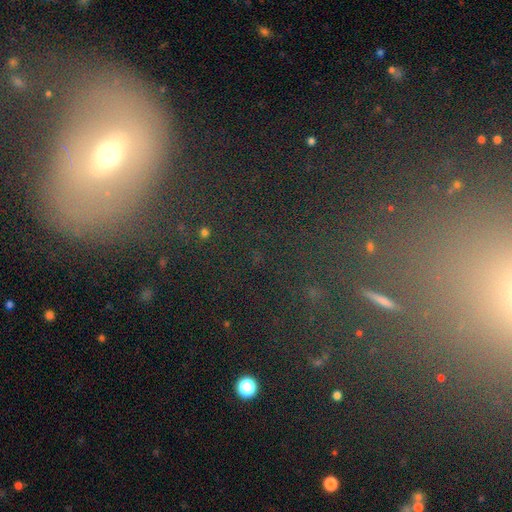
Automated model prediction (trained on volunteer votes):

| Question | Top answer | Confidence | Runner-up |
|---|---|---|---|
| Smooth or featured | star or artifact | 46% | smooth (31%) |